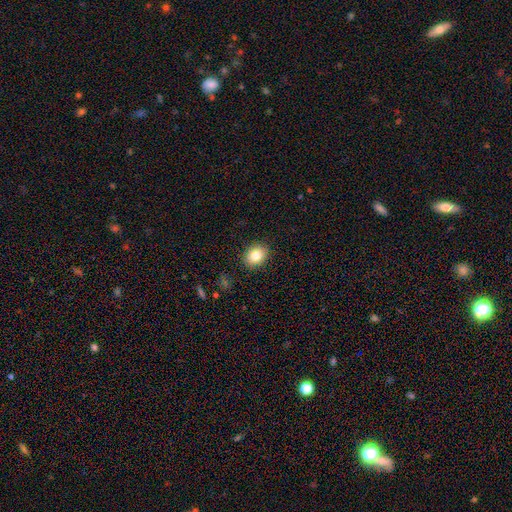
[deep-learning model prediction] Q: Smooth or featured?
A: smooth (83%); runner-up: star or artifact (9%)
Q: How rounded?
A: in between (52%); runner-up: round (47%)
Q: Merging?
A: none (89%); runner-up: minor disturbance (8%)